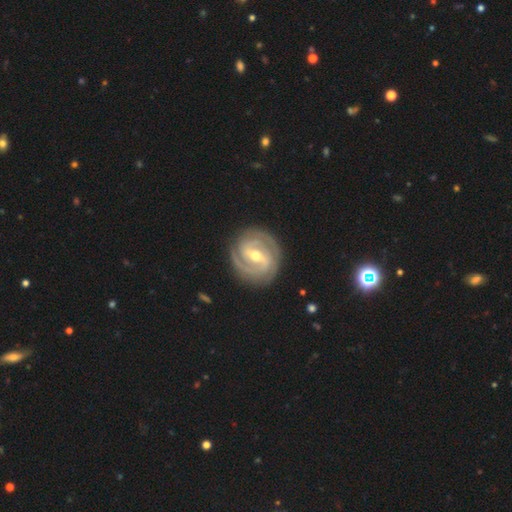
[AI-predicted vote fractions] featured or disk 91%, smooth 5%, star or artifact 4%. Down the decision tree: edge-on disk — no (97%); bar — strong (48%); spiral arms — yes (97%); spiral arm count — 2 (56%); spiral winding — tight (70%); bulge size — moderate (62%); merging — none (85%).